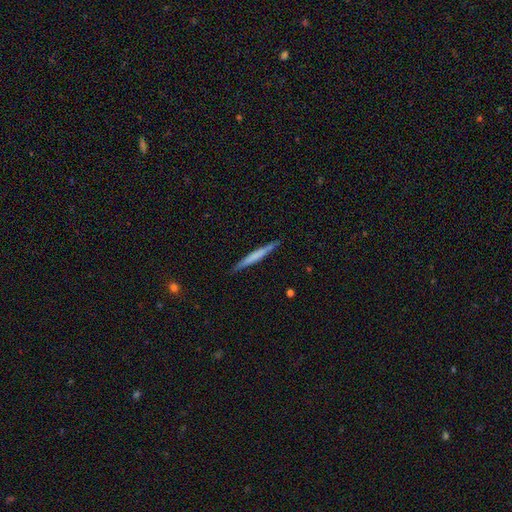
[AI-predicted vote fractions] smooth-or-featured: smooth: 52% | featured or disk: 42% | star or artifact: 5%
  how-rounded: cigar-shaped: 96% | in between: 2% | round: 1%
  merging: none: 89% | minor disturbance: 8% | major disturbance: 1% | merger: 1%